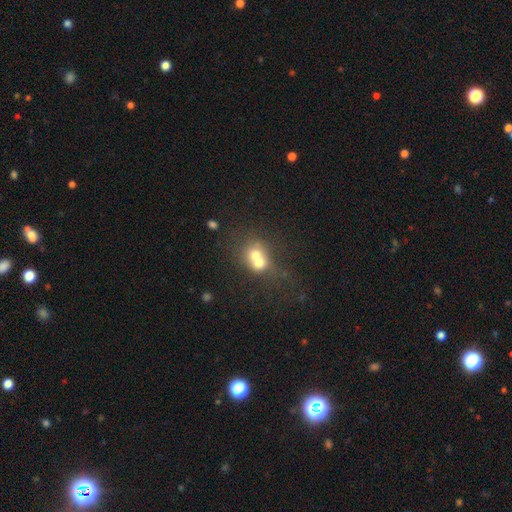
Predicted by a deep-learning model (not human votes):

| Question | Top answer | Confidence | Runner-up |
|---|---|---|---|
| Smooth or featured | smooth | 62% | featured or disk (26%) |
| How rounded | round | 69% | in between (29%) |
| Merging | merger | 71% | none (20%) |